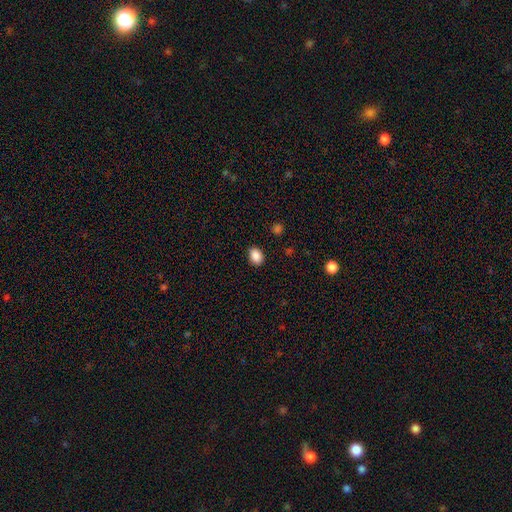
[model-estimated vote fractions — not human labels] Smooth or featured: smooth — 88% (star or artifact — 9%)
How rounded: in between — 68% (round — 31%)
Merging: none — 89% (minor disturbance — 8%)